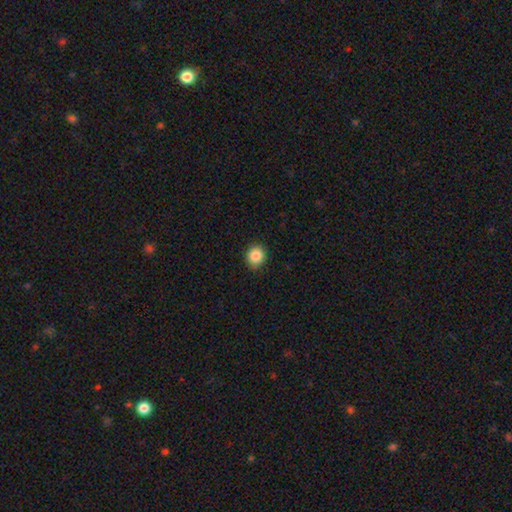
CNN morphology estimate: A smooth galaxy with no disk features (87%) that is round (77%). Merging: none (88%).